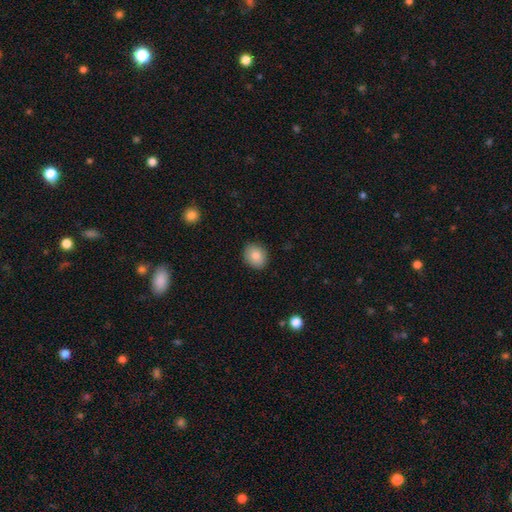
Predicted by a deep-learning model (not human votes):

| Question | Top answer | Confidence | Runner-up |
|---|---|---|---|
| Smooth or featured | smooth | 85% | star or artifact (8%) |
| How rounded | round | 58% | in between (42%) |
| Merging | none | 89% | minor disturbance (8%) |